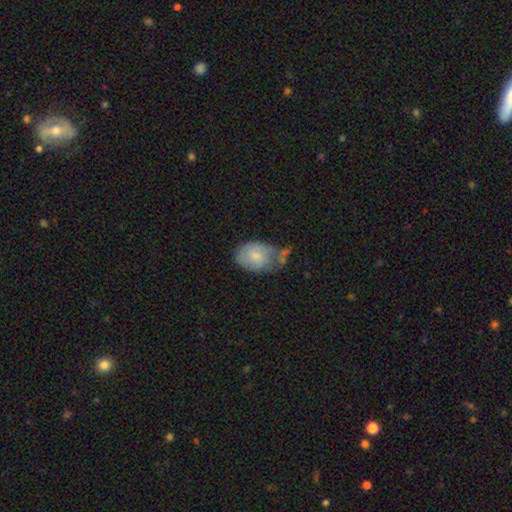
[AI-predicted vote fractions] smooth_or_featured: smooth (p=0.70) [alt: featured or disk p=0.24]
how_rounded: in between (p=0.78) [alt: round p=0.21]
merging: none (p=0.40) [alt: minor disturbance p=0.31]